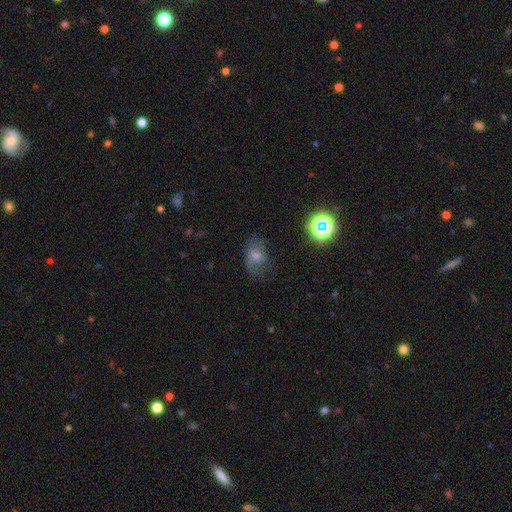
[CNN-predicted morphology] This is marginally a featured or disk galaxy (39%). Merging: possibly none (57%).